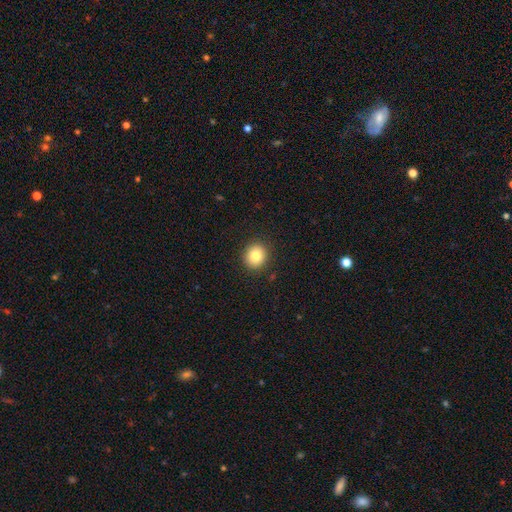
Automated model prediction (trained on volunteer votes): smooth_or_featured: smooth (p=0.82) [alt: star or artifact p=0.10]
how_rounded: round (p=0.87) [alt: in between p=0.12]
merging: none (p=0.91) [alt: minor disturbance p=0.06]